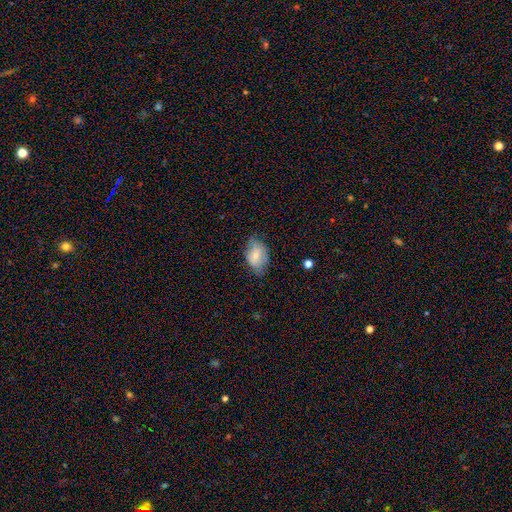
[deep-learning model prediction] Smooth or featured: smooth — 68% (featured or disk — 24%)
How rounded: in between — 84% (round — 14%)
Merging: none — 62% (minor disturbance — 29%)